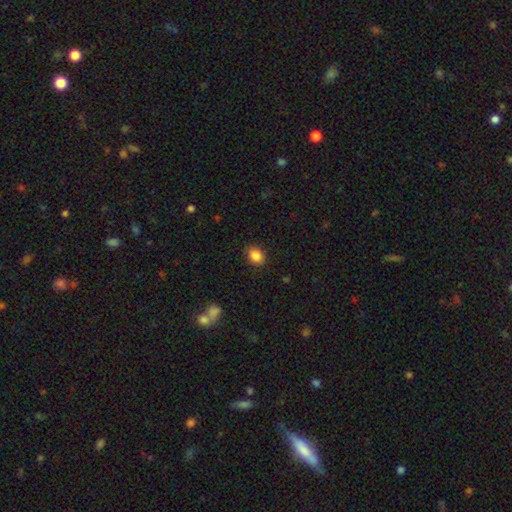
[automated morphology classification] Smooth or featured: smooth — 86% (star or artifact — 9%)
How rounded: in between — 58% (round — 41%)
Merging: none — 88% (minor disturbance — 9%)